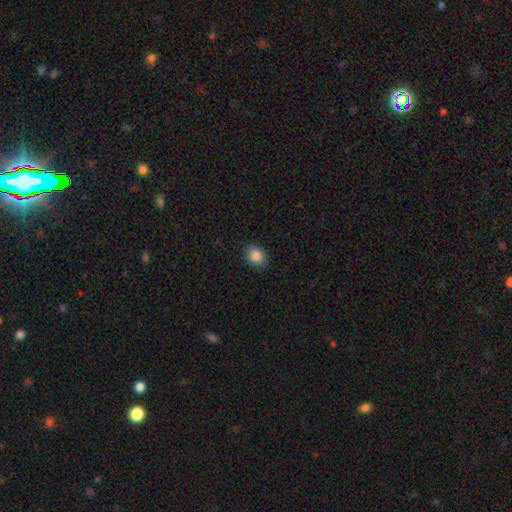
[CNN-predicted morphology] Overall: smooth (87%). How rounded: round (57%; in between 42%). Merging: none (86%).